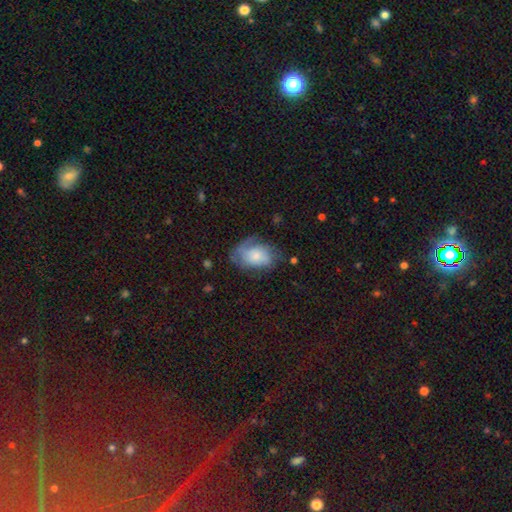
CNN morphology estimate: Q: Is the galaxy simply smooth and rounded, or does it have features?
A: smooth — 55%.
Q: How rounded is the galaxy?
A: in between — 85%.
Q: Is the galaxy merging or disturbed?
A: none — 48%.